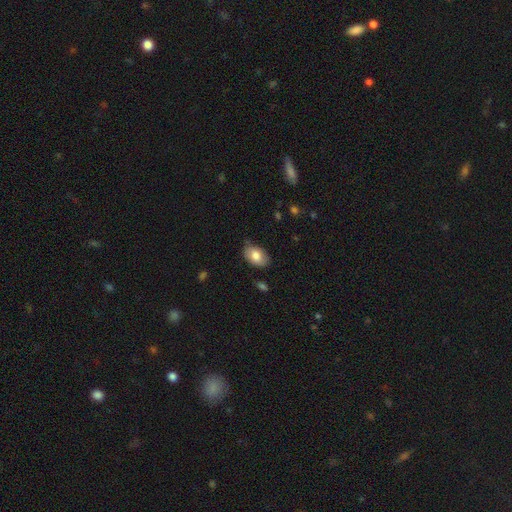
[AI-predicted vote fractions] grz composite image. It shows a smooth galaxy with no disk features (79%) that is in between round and cigar-shaped (90%). Merging: none (77%).